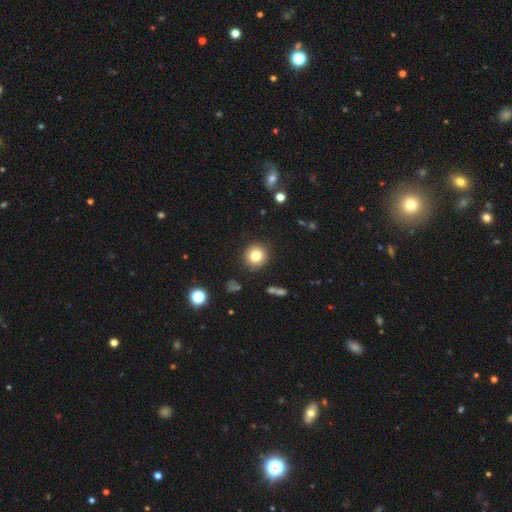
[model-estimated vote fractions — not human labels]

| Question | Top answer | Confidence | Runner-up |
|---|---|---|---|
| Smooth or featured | smooth | 81% | star or artifact (11%) |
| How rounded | round | 91% | in between (8%) |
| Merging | none | 90% | minor disturbance (6%) |